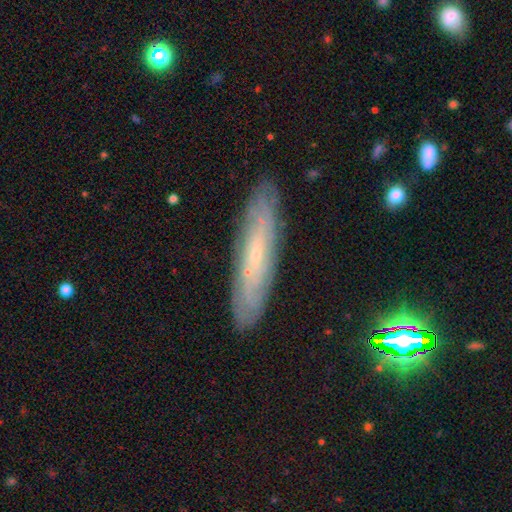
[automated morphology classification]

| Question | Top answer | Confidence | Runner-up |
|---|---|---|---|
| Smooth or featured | featured or disk | 61% | smooth (30%) |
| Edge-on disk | no | 51% | yes (49%) |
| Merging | none | 86% | minor disturbance (10%) |